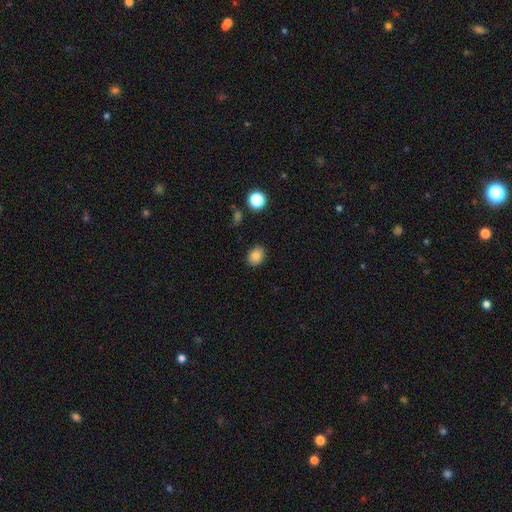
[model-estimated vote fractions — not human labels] A smooth galaxy with no disk features (82%) that is in between round and cigar-shaped (58%).

Vote fractions:
- Smooth or featured? smooth: 82% / star or artifact: 10% / featured or disk: 7%
- How rounded? in between: 58% / round: 41% / cigar-shaped: 1%
- Merging? none: 87% / minor disturbance: 9% / major disturbance: 2% / merger: 2%